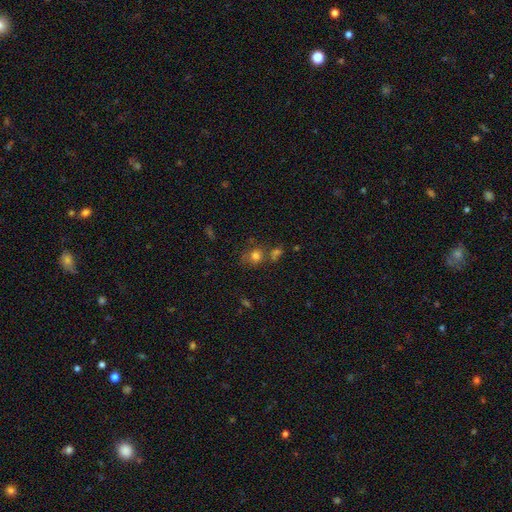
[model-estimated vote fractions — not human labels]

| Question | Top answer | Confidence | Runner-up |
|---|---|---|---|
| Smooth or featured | smooth | 73% | star or artifact (16%) |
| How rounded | round | 67% | in between (32%) |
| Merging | none | 51% | merger (23%) |